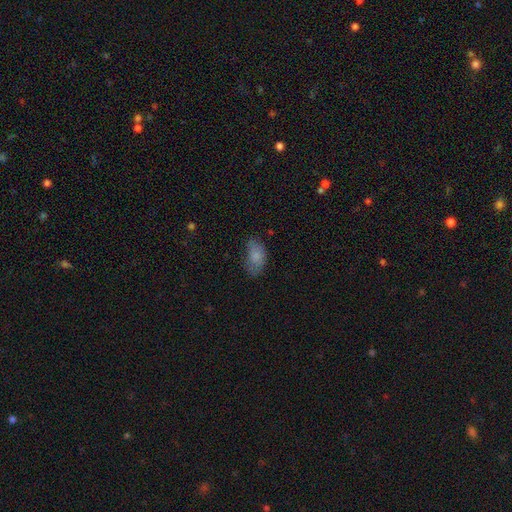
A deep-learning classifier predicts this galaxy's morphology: smooth 77%, featured or disk 13%, star or artifact 9%. Down the decision tree: how rounded — in between (91%); merging — none (51%).